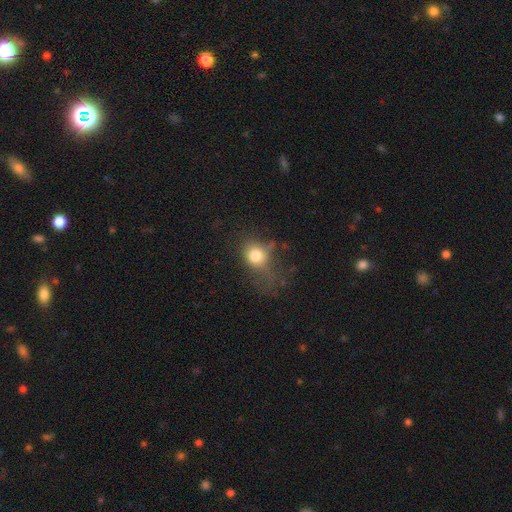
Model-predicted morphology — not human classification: smooth-or-featured: smooth: 75% | star or artifact: 13% | featured or disk: 12%
  how-rounded: round: 55% | in between: 43% | cigar-shaped: 2%
  merging: none: 36% | major disturbance: 31% | minor disturbance: 29% | merger: 5%